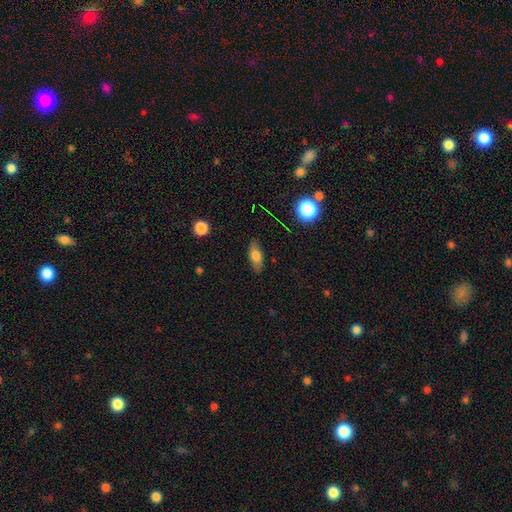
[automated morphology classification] smooth_or_featured: smooth (p=0.70) [alt: featured or disk p=0.21]
how_rounded: in between (p=0.74) [alt: cigar-shaped p=0.20]
merging: none (p=0.84) [alt: minor disturbance p=0.12]